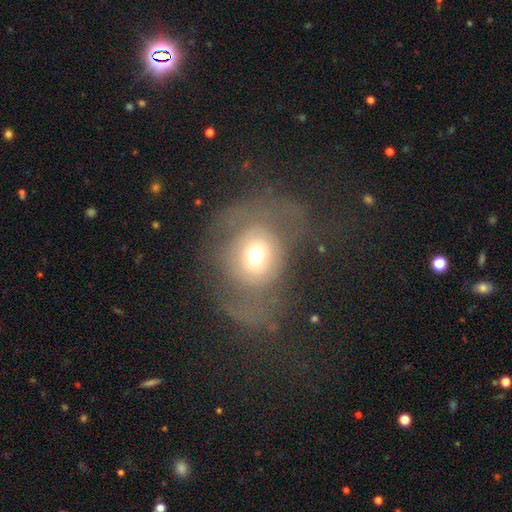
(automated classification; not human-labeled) A smooth galaxy with no disk features (54%) that is round (70%).

Vote fractions:
- Smooth or featured? smooth: 54% / featured or disk: 34% / star or artifact: 12%
- How rounded? round: 70% / in between: 28% / cigar-shaped: 1%
- Merging? major disturbance: 41% / none: 38% / minor disturbance: 18% / merger: 3%